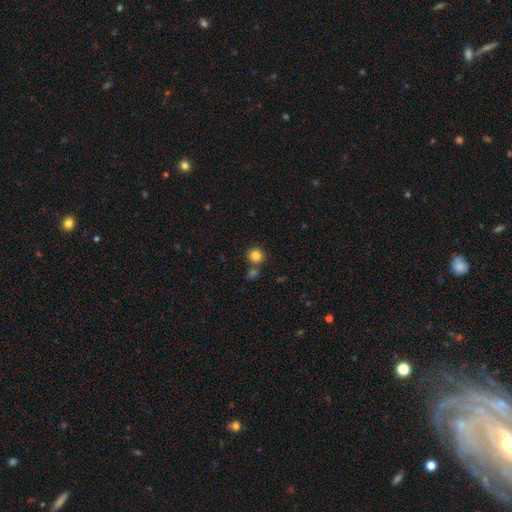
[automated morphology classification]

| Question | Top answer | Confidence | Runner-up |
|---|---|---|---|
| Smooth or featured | smooth | 84% | star or artifact (11%) |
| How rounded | round | 89% | in between (10%) |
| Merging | none | 72% | merger (16%) |